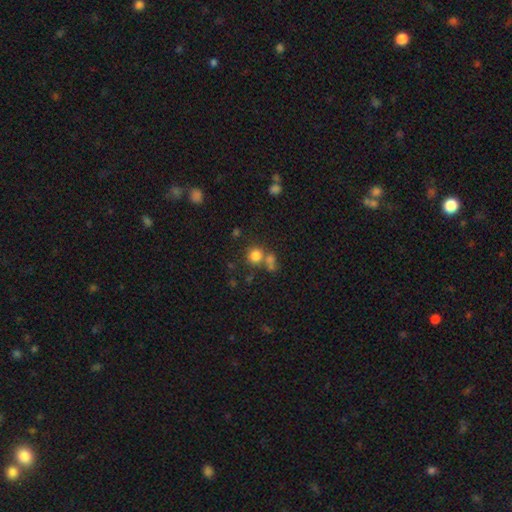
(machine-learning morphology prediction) The model was most divided on "merging": none: 57%, merger: 30%, minor disturbance: 9%, major disturbance: 5%. More confident: how rounded — round (87%); smooth or featured — smooth (78%).